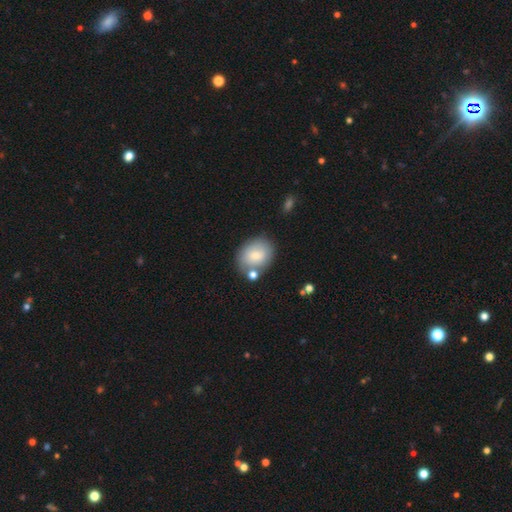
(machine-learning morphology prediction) The model was most divided on "how rounded": in between: 52%, round: 47%, cigar-shaped: 1%. More confident: smooth or featured — smooth (77%); merging — none (67%).